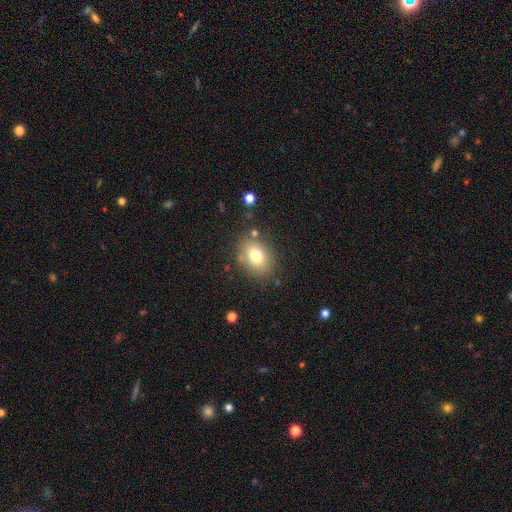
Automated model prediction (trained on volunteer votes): Smooth or featured? Predicted: smooth (p=0.76). How rounded? Predicted: in between (p=0.62). Merging? Predicted: none (p=0.80).